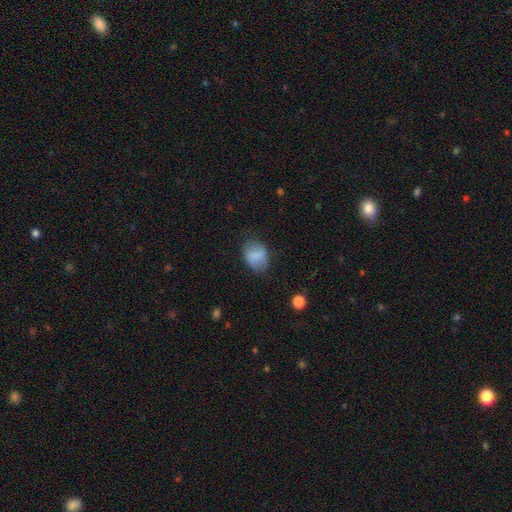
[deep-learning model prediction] Morphology: type=smooth (78%); roundness=in between (61%); merging=none (73%).